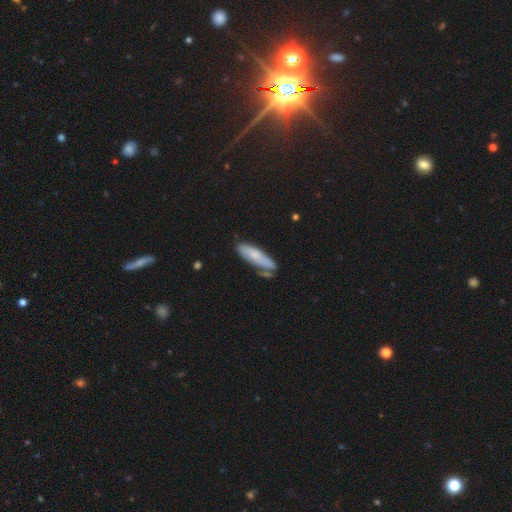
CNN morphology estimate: A smooth galaxy with no disk features (69%) that is cigar-shaped (55%).

Vote fractions:
- Smooth or featured? smooth: 69% / featured or disk: 24% / star or artifact: 7%
- How rounded? cigar-shaped: 55% / in between: 44% / round: 2%
- Merging? none: 59% / minor disturbance: 23% / merger: 12% / major disturbance: 7%